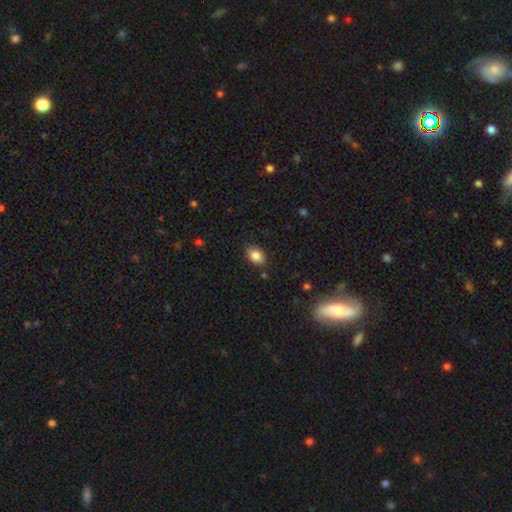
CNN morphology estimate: This appears to be a smooth galaxy with no disk features (86%) that is in between round and cigar-shaped (83%). Merging: none (83%).